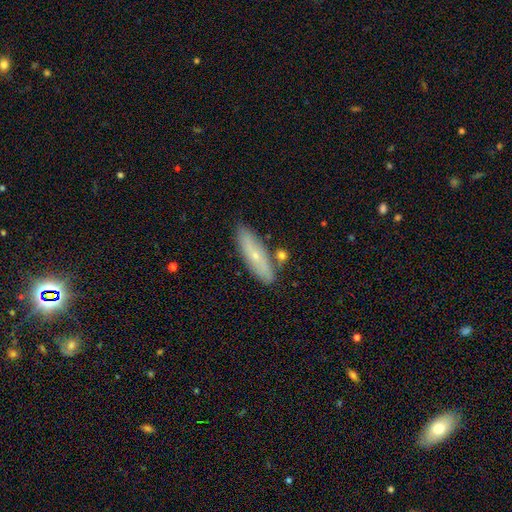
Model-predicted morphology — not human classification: smooth 54%, featured or disk 39%, star or artifact 7%. Down the decision tree: how rounded — cigar-shaped (62%); merging — none (80%).